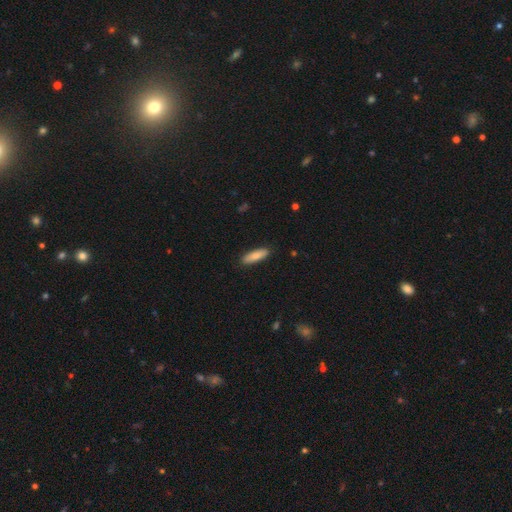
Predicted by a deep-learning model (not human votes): The model was most divided on "how rounded": cigar-shaped: 51%, in between: 47%, round: 2%. More confident: merging — none (88%); smooth or featured — smooth (82%).